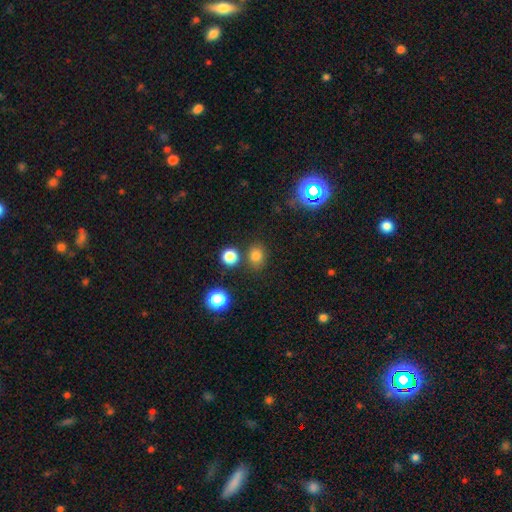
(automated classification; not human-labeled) The model was most divided on "how rounded": round: 67%, in between: 32%, cigar-shaped: 1%. More confident: smooth or featured — smooth (77%); merging — none (77%).